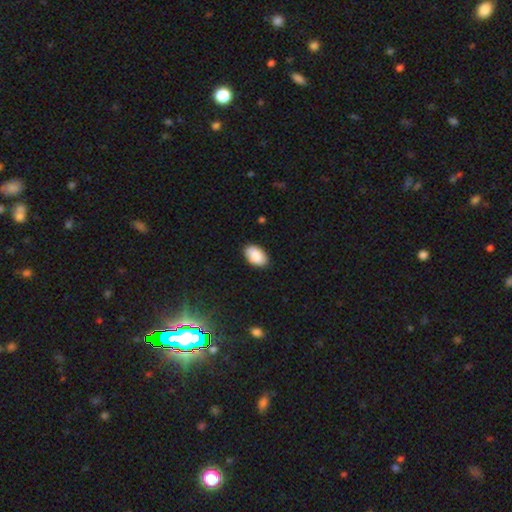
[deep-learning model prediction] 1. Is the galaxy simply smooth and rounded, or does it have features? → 89% smooth, 6% star or artifact, 5% featured or disk.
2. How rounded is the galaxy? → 94% in between, 5% round, 1% cigar-shaped.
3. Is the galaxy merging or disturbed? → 88% none, 10% minor disturbance, 2% major disturbance, 1% merger.